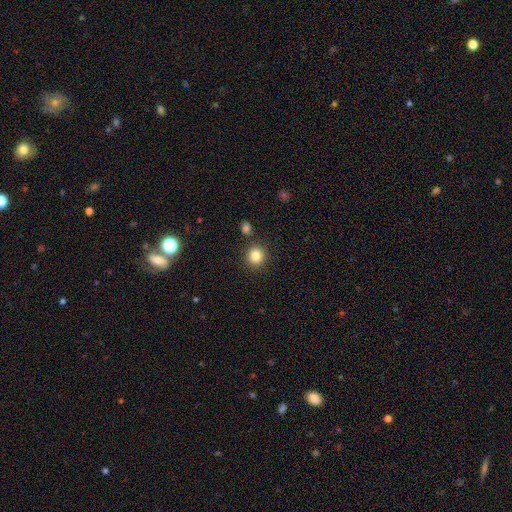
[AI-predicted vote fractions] The model was most divided on "smooth or featured": smooth: 85%, star or artifact: 11%, featured or disk: 5%. More confident: how rounded — round (89%); merging — none (86%).